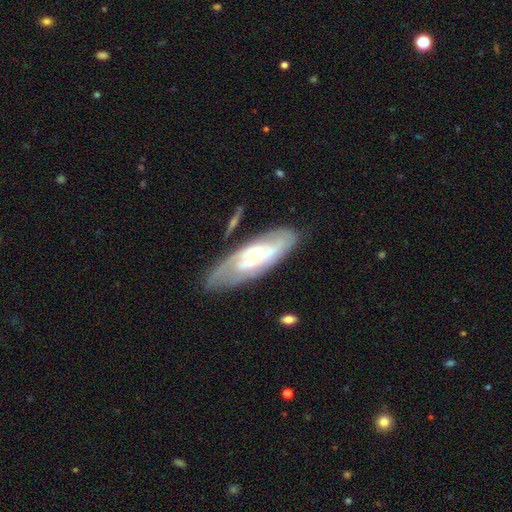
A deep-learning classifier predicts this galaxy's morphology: Smooth or featured: featured or disk — 73% (smooth — 21%)
Edge-on disk: no — 83% (yes — 17%)
Bar: no — 44% (weak — 39%)
Spiral arms: yes — 81% (no — 19%)
Bulge size: small — 51% (moderate — 32%)
Merging: none — 65% (minor disturbance — 22%)